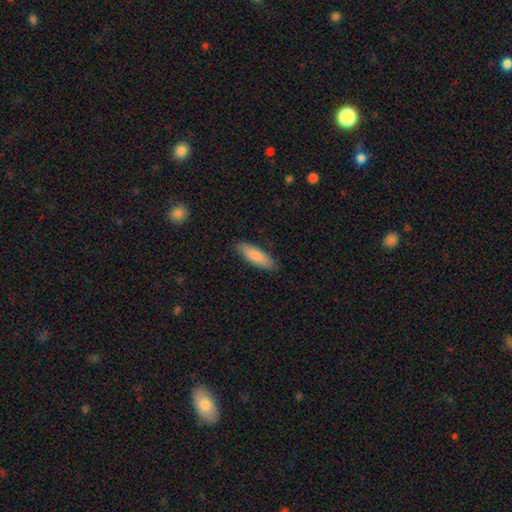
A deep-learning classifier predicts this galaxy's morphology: smooth 87%, featured or disk 8%, star or artifact 5%. Down the decision tree: how rounded — in between (53%); merging — none (86%).